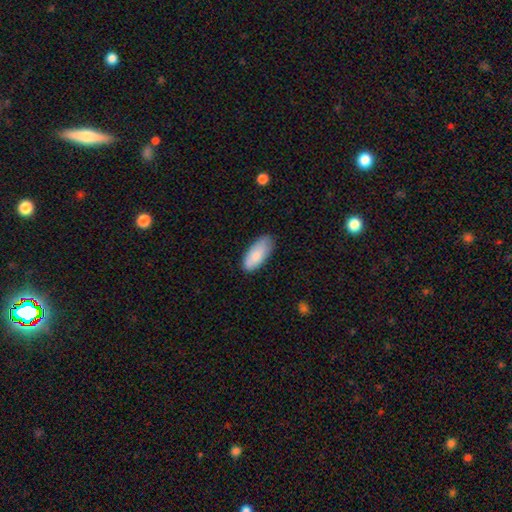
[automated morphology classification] Q: Smooth or featured?
A: smooth (84%); runner-up: featured or disk (10%)
Q: How rounded?
A: in between (86%); runner-up: cigar-shaped (12%)
Q: Merging?
A: none (80%); runner-up: minor disturbance (17%)